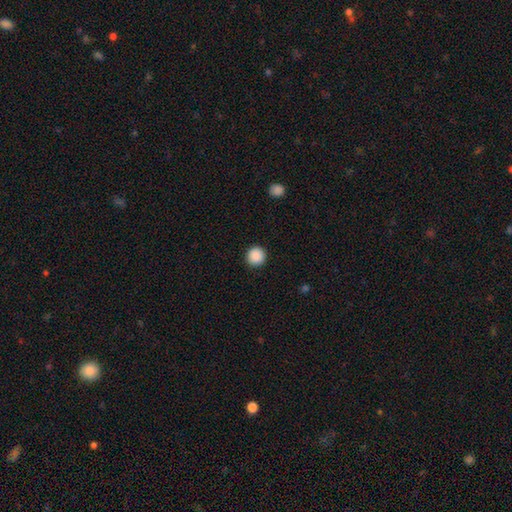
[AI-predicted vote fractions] A smooth galaxy with no disk features (89%) that is round (95%).

Vote fractions:
- Smooth or featured? smooth: 89% / star or artifact: 9% / featured or disk: 2%
- How rounded? round: 95% / in between: 4% / cigar-shaped: 1%
- Merging? none: 93% / minor disturbance: 5% / major disturbance: 2% / merger: 1%